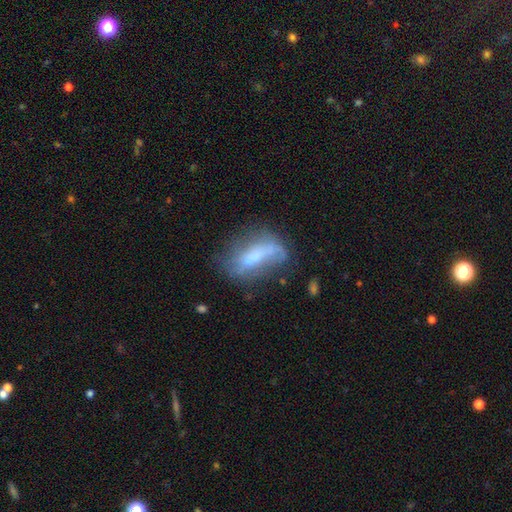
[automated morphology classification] A smooth galaxy with no disk features (46%). Merging: none (41%).